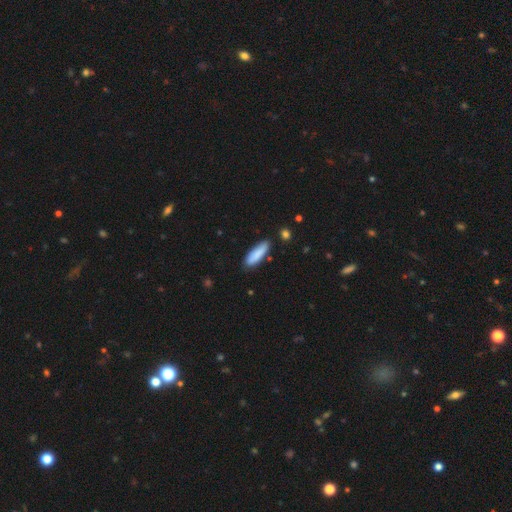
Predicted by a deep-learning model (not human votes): Smooth or featured?
  - smooth: 87% *
  - featured or disk: 8%
  - star or artifact: 6%
How rounded?
  - cigar-shaped: 54% *
  - in between: 44%
  - round: 1%
Merging?
  - none: 84% *
  - minor disturbance: 12%
  - merger: 2%
  - major disturbance: 2%